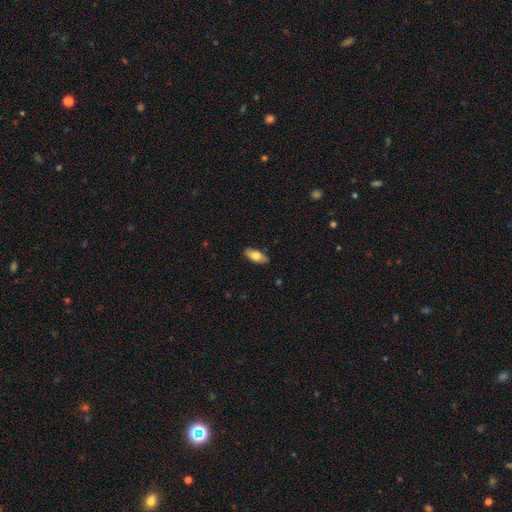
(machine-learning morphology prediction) A smooth galaxy with no disk features (73%) that is in between round and cigar-shaped (85%). Merging: none (87%).